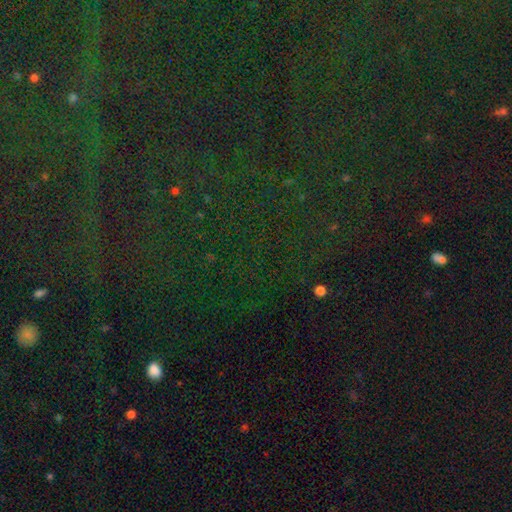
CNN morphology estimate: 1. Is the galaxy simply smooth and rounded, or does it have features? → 82% star or artifact, 10% smooth, 8% featured or disk.